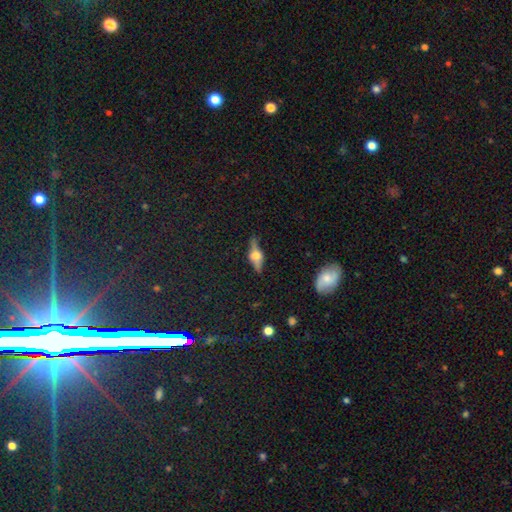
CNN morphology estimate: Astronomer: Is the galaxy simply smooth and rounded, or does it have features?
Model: featured or disk — 65%.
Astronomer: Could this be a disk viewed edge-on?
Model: yes — 91%.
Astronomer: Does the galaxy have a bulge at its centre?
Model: rounded — 92%.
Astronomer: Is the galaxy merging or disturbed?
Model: none — 78%.